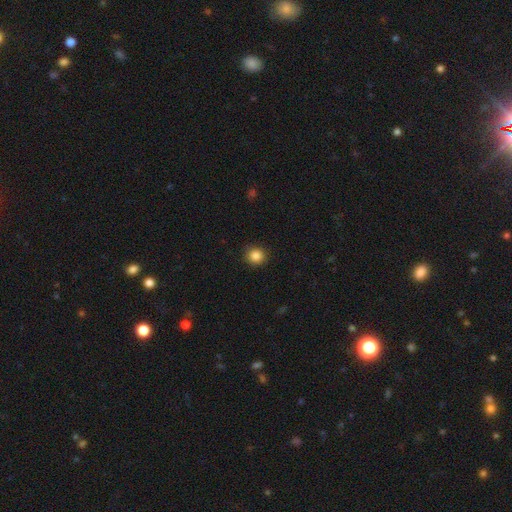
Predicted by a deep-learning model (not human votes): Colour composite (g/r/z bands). It shows a smooth galaxy with no disk features (86%) that is round (90%). Merging: none (90%).